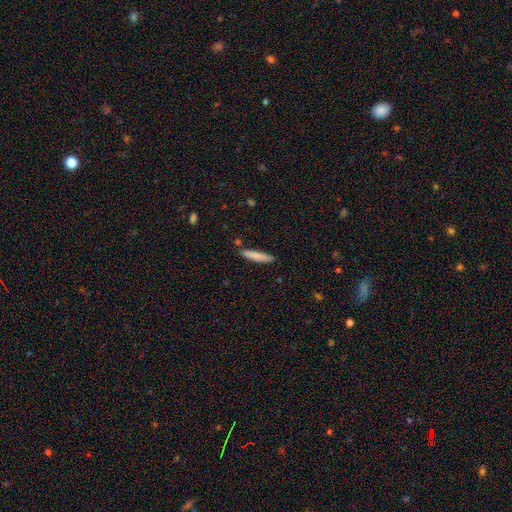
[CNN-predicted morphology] type=smooth (80%); roundness=cigar-shaped (90%); merging=none (85%).